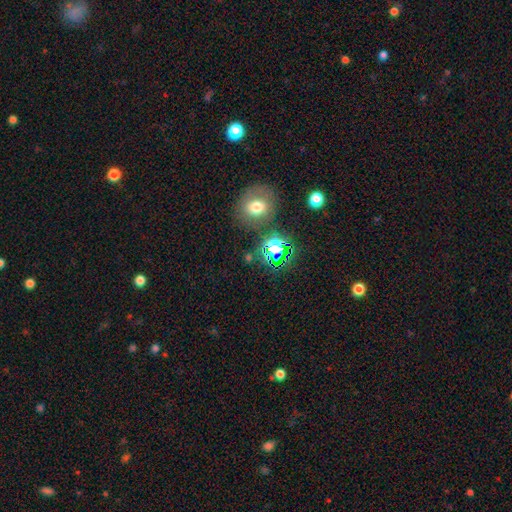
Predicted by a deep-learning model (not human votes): smooth_or_featured: star or artifact (p=0.43) [alt: smooth p=0.42]